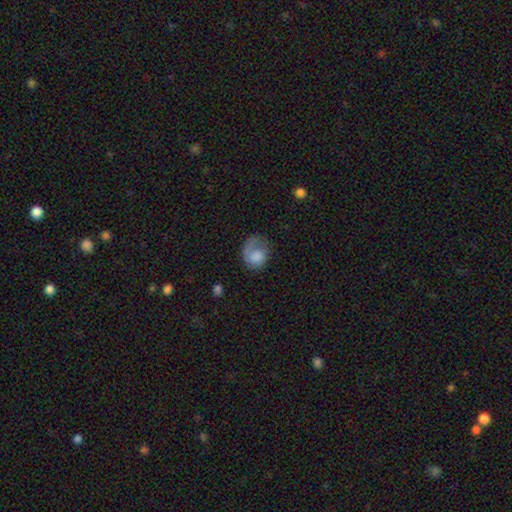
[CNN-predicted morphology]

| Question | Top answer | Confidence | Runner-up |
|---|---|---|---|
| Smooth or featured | smooth | 58% | featured or disk (34%) |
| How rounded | round | 56% | in between (43%) |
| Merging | none | 41% | major disturbance (34%) |